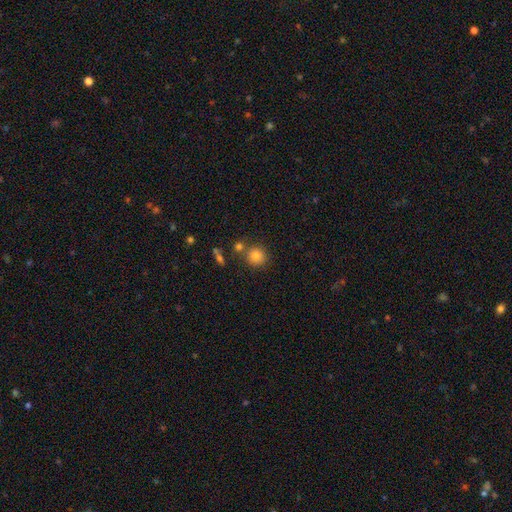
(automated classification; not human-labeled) smooth_or_featured: smooth (p=0.82) [alt: star or artifact p=0.11]
how_rounded: round (p=0.90) [alt: in between p=0.09]
merging: none (p=0.75) [alt: merger p=0.14]